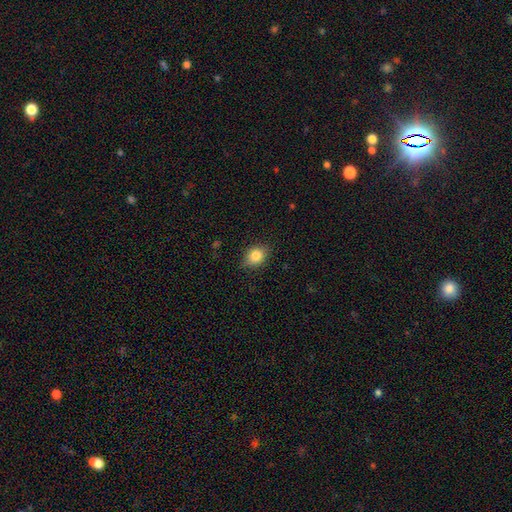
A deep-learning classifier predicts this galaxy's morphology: Smooth or featured? Predicted: smooth (p=0.83). How rounded? Predicted: in between (p=0.52). Merging? Predicted: none (p=0.78).